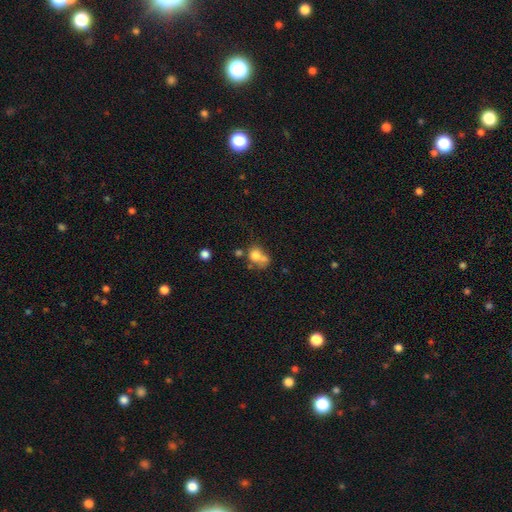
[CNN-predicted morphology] Q: Smooth or featured?
A: smooth (72%); runner-up: featured or disk (16%)
Q: How rounded?
A: round (61%); runner-up: in between (38%)
Q: Merging?
A: merger (45%); runner-up: none (29%)